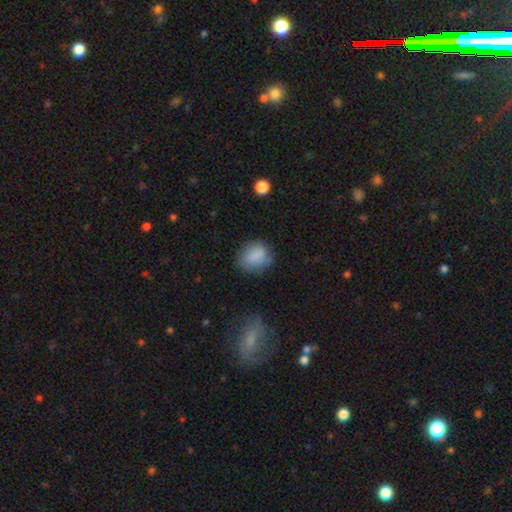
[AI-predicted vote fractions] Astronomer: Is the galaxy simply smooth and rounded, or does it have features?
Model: smooth — 83%.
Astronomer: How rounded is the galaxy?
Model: round — 52% (runner-up: in between, 47%).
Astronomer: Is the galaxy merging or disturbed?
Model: none — 69%.